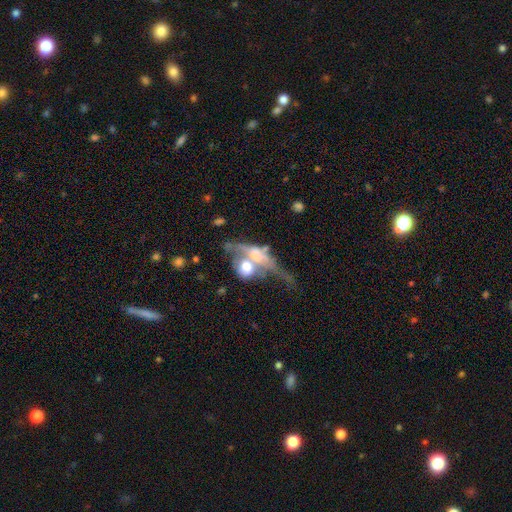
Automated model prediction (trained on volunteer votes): Smooth or featured? featured or disk (49%)
Merging? merger (55%)